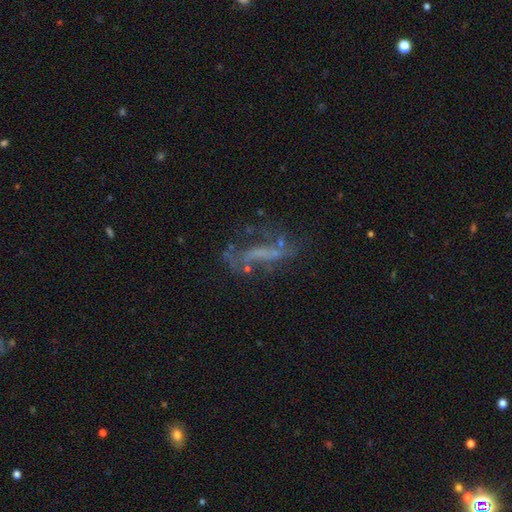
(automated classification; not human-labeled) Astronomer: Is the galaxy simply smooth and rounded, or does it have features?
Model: featured or disk — 63%.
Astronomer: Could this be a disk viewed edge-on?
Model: no — 88%.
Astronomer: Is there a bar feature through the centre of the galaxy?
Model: no — 51%.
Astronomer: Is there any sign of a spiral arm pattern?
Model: no — 54% (runner-up: yes, 46%).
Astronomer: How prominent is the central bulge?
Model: none — 72%.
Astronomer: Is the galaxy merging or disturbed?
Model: none — 42% (runner-up: major disturbance, 33%).